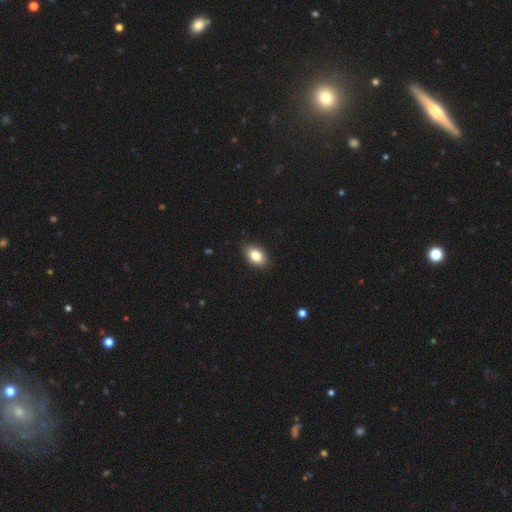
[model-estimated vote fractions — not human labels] A smooth galaxy with no disk features (82%) that is in between round and cigar-shaped (89%). Merging: none (88%).